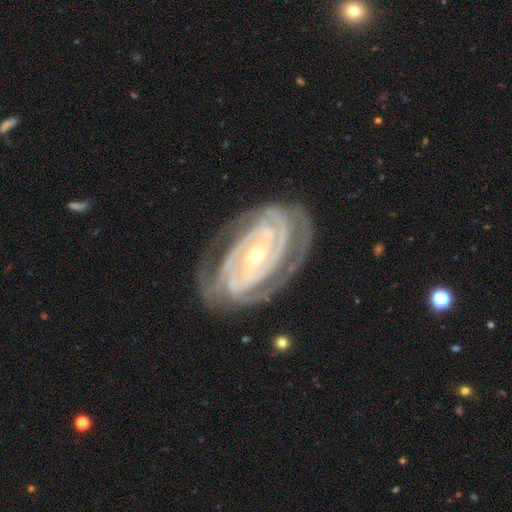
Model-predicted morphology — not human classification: featured or disk 91%, star or artifact 5%, smooth 4%. Down the decision tree: edge-on disk — no (96%); bar — no (50%); spiral arms — yes (98%); spiral arm count — 2 (32%); spiral winding — tight (80%); bulge size — small (62%); merging — none (75%).